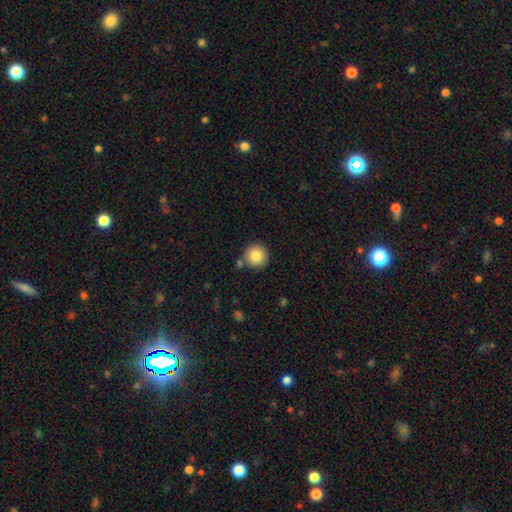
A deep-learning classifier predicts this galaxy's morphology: A smooth galaxy with no disk features (85%) that is round (95%).

Vote fractions:
- Smooth or featured? smooth: 85% / star or artifact: 9% / featured or disk: 7%
- How rounded? round: 95% / in between: 4% / cigar-shaped: 1%
- Merging? none: 81% / minor disturbance: 9% / merger: 8% / major disturbance: 2%